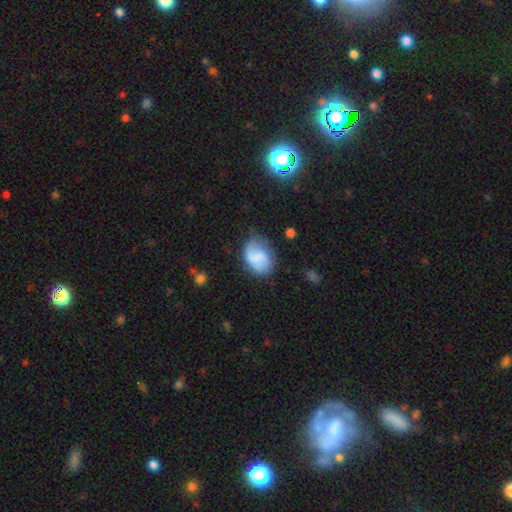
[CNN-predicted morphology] smooth-or-featured: smooth: 50% | featured or disk: 40% | star or artifact: 10%
  how-rounded: in between: 67% | round: 32% | cigar-shaped: 1%
  merging: none: 58% | minor disturbance: 28% | major disturbance: 11% | merger: 3%